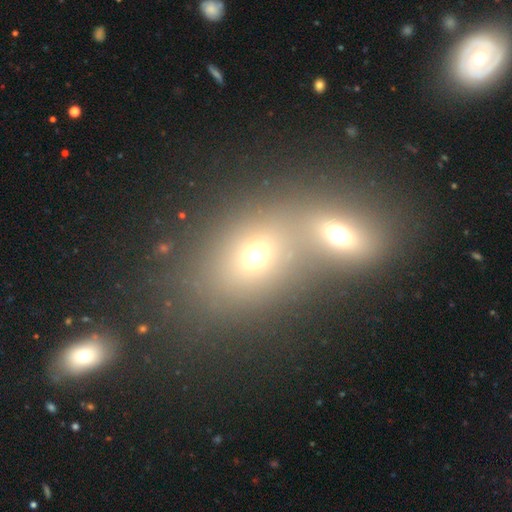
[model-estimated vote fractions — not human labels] This appears to be a smooth galaxy with no disk features (64%) that is in between round and cigar-shaped (62%). Merging: merger (61%).